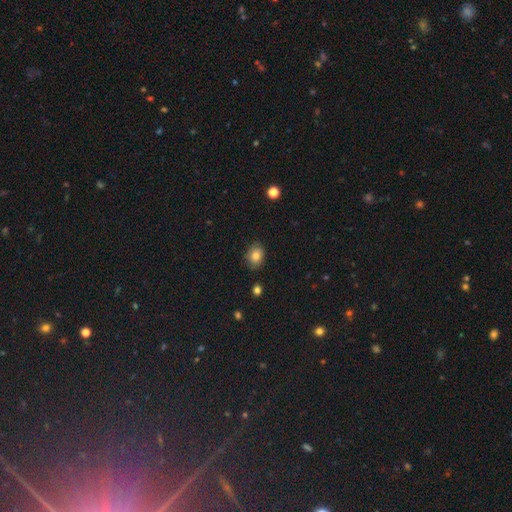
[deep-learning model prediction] The model was most divided on "how rounded": in between: 63%, round: 36%, cigar-shaped: 1%. More confident: merging — none (81%); smooth or featured — smooth (80%).